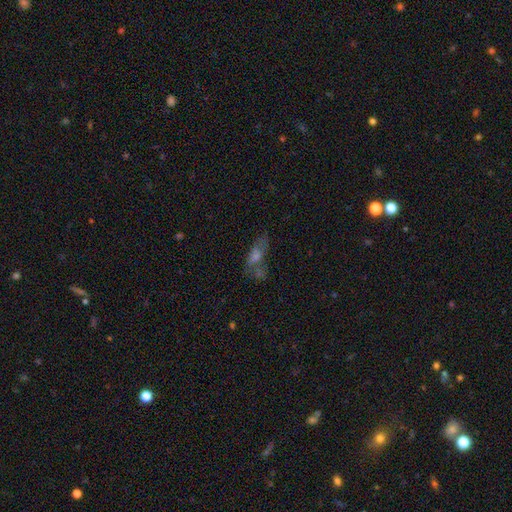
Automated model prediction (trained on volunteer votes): Smooth or featured: smooth — 42% (featured or disk — 37%)
Merging: none — 44% (merger — 20%)